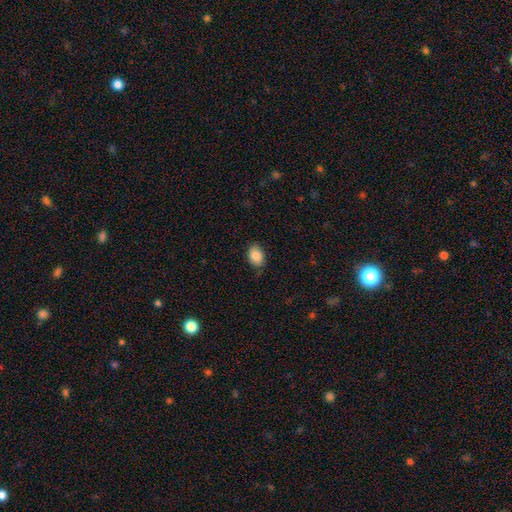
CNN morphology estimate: A smooth galaxy with no disk features (88%) that is in between round and cigar-shaped (75%). Merging: none (81%).